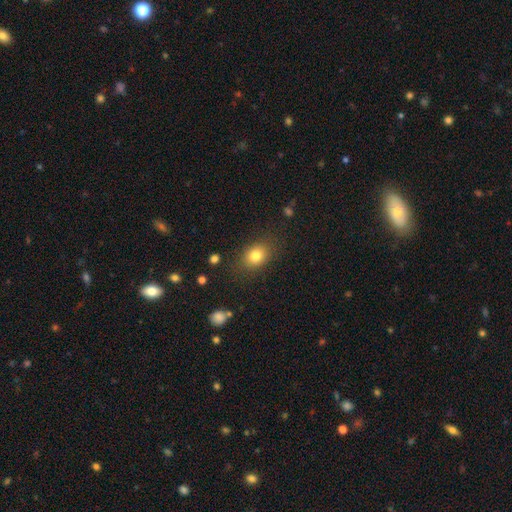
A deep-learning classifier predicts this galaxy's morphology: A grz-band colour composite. It shows a smooth galaxy with no disk features (80%) that is in between round and cigar-shaped (64%). Merging: none (81%).